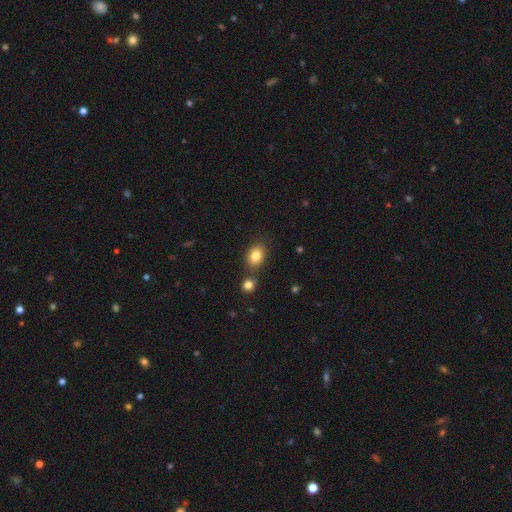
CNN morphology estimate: Smooth or featured? smooth (82%)
How rounded? in between (69%)
Merging? none (72%)